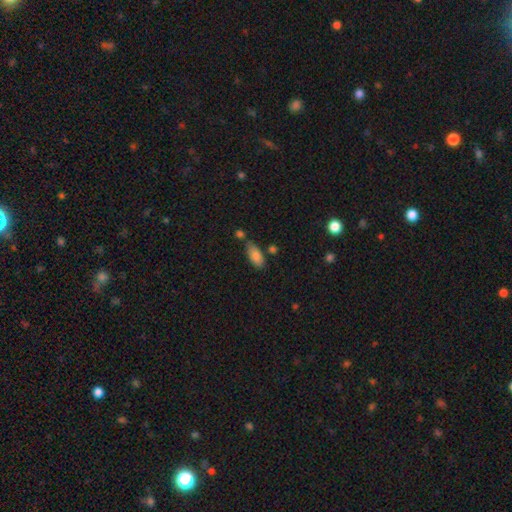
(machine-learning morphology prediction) A smooth galaxy with no disk features (82%) that is in between round and cigar-shaped (87%).

Vote fractions:
- Smooth or featured? smooth: 82% / featured or disk: 11% / star or artifact: 8%
- How rounded? in between: 87% / cigar-shaped: 11% / round: 2%
- Merging? none: 66% / minor disturbance: 18% / merger: 12% / major disturbance: 4%